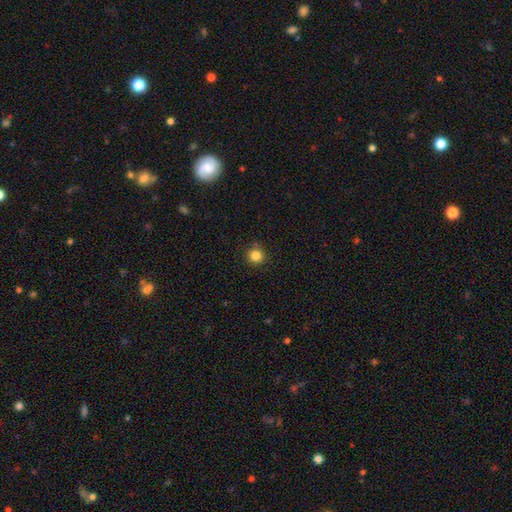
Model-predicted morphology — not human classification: smooth-or-featured: smooth: 84% | star or artifact: 12% | featured or disk: 4%
  how-rounded: round: 93% | in between: 6% | cigar-shaped: 1%
  merging: none: 87% | minor disturbance: 8% | major disturbance: 2% | merger: 2%